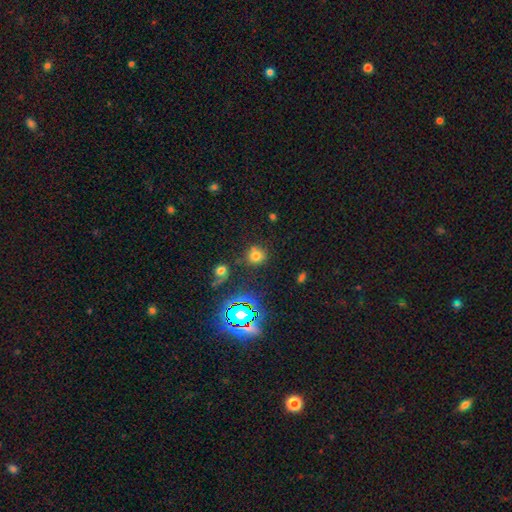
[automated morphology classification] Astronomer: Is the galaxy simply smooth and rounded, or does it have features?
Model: smooth — 67%.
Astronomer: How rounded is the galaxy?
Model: round — 86%.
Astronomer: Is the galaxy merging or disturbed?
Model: none — 77%.